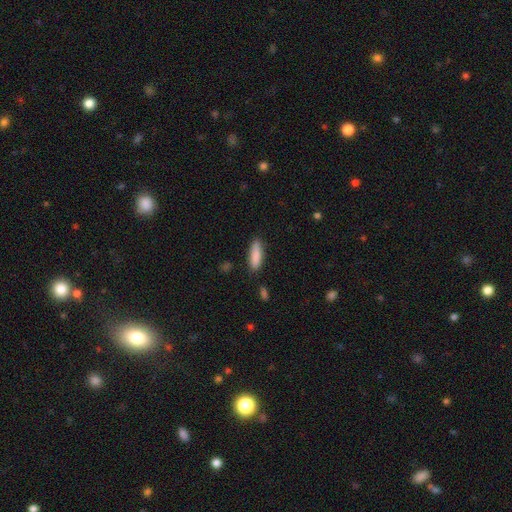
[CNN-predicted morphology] Smooth or featured?
  - smooth: 87% *
  - featured or disk: 7%
  - star or artifact: 6%
How rounded?
  - cigar-shaped: 58% *
  - in between: 40%
  - round: 2%
Merging?
  - none: 85% *
  - minor disturbance: 11%
  - major disturbance: 2%
  - merger: 2%